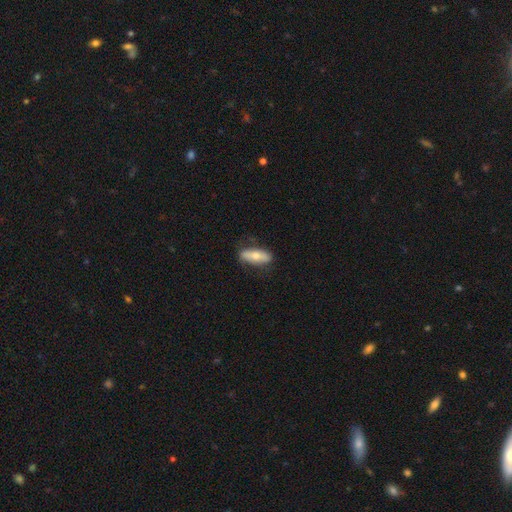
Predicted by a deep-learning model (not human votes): Smooth or featured? smooth (61%)
How rounded? in between (66%)
Merging? none (77%)